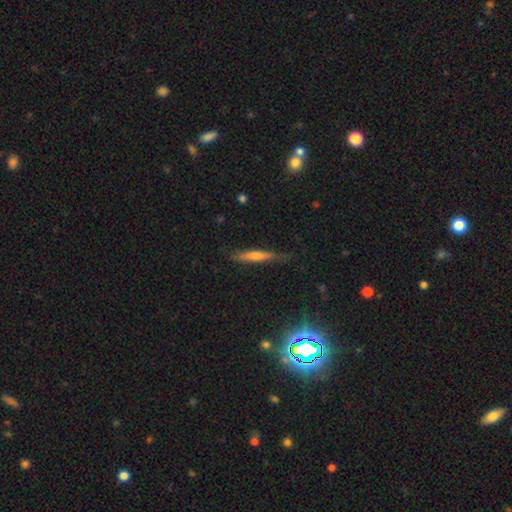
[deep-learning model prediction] smooth_or_featured: featured or disk (p=0.50) [alt: smooth p=0.34]
merging: none (p=0.80) [alt: minor disturbance p=0.15]